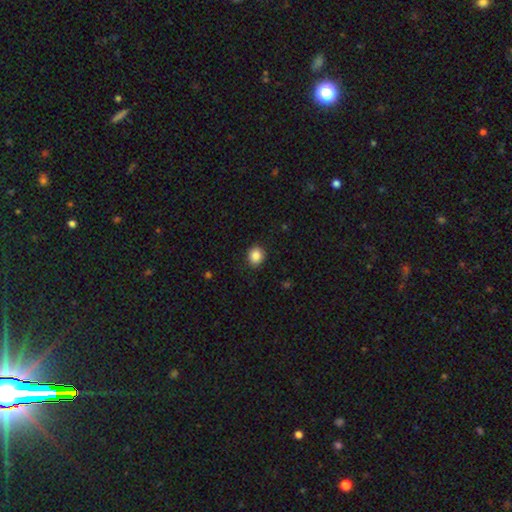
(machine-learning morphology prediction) smooth 87%, star or artifact 9%, featured or disk 3%. Down the decision tree: how rounded — round (73%); merging — none (89%).